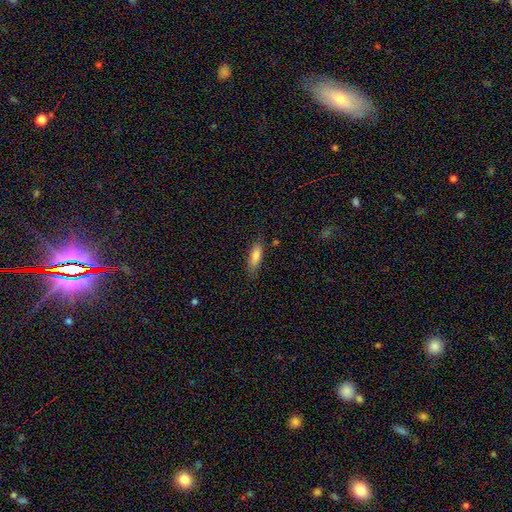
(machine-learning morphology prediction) A smooth galaxy with no disk features (81%) that is in between round and cigar-shaped (53%).

Vote fractions:
- Smooth or featured? smooth: 81% / featured or disk: 12% / star or artifact: 8%
- How rounded? in between: 53% / cigar-shaped: 45% / round: 2%
- Merging? none: 76% / minor disturbance: 18% / major disturbance: 4% / merger: 2%